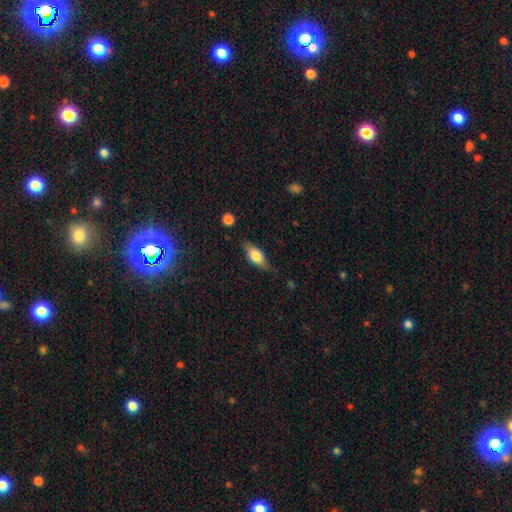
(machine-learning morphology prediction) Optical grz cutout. It shows a smooth galaxy with no disk features (69%) that is in between round and cigar-shaped (81%). Merging: none (73%).